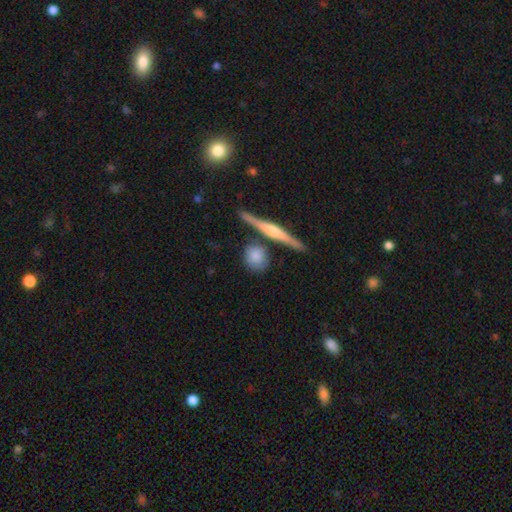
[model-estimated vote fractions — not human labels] A smooth galaxy with no disk features (70%) that is round (70%).

Vote fractions:
- Smooth or featured? smooth: 70% / featured or disk: 24% / star or artifact: 6%
- How rounded? round: 70% / in between: 18% / cigar-shaped: 12%
- Merging? none: 68% / minor disturbance: 15% / merger: 12% / major disturbance: 5%